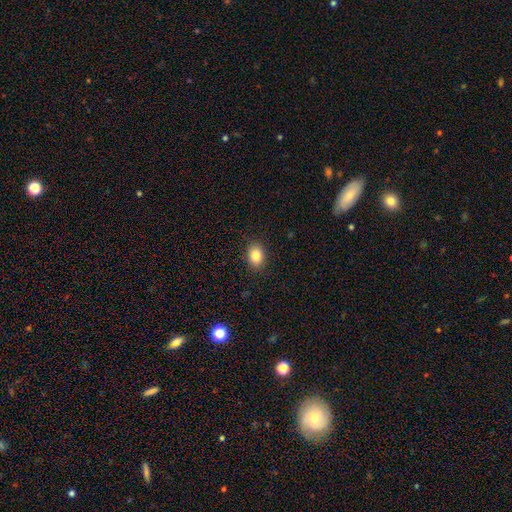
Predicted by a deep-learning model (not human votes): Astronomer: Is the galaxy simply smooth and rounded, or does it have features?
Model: smooth — 85%.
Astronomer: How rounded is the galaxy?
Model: in between — 64%.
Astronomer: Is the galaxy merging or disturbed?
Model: none — 89%.